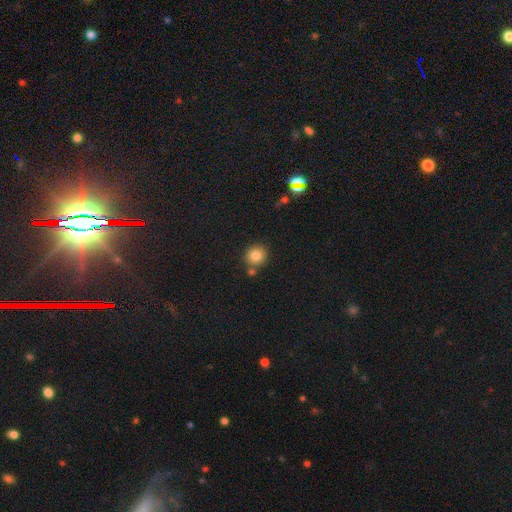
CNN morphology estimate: Smooth or featured?
  - smooth: 82% *
  - star or artifact: 11%
  - featured or disk: 7%
How rounded?
  - round: 91% *
  - in between: 8%
  - cigar-shaped: 1%
Merging?
  - none: 76% *
  - merger: 12%
  - minor disturbance: 9%
  - major disturbance: 2%